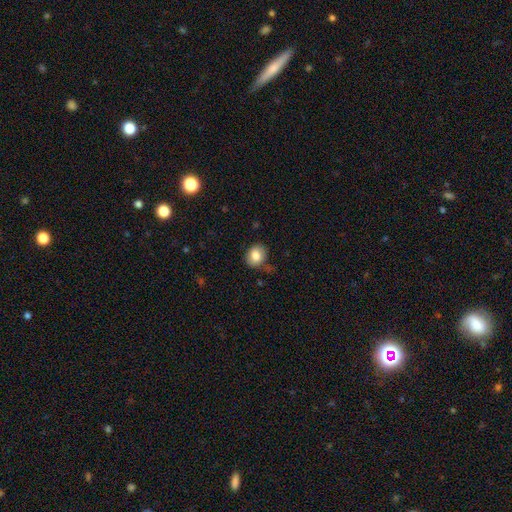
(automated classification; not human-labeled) A smooth galaxy with no disk features (82%) that is round (61%). Merging: none (77%).